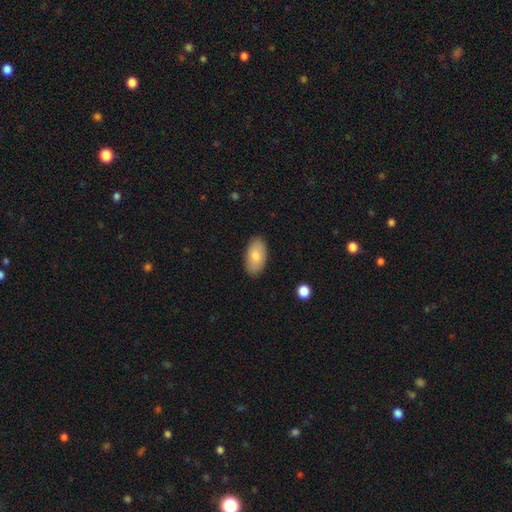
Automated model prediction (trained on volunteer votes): This is likely a smooth galaxy (80%). How rounded: clearly in between (95%). Merging: clearly none (86%).